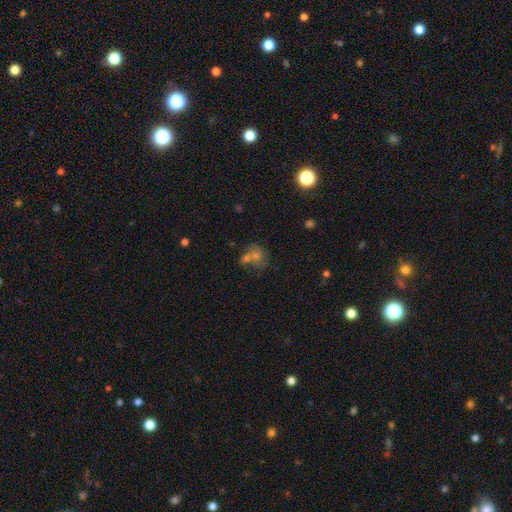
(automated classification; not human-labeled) Smooth or featured?
  - smooth: 49% *
  - featured or disk: 27%
  - star or artifact: 24%
Merging?
  - none: 41% *
  - merger: 39%
  - minor disturbance: 12%
  - major disturbance: 8%